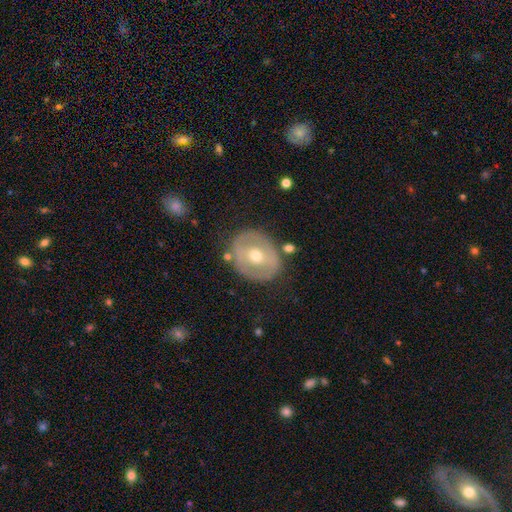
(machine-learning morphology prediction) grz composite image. It shows a featured or disk galaxy (59%) with no bar (47%), no spiral arms (73%) and a moderate central bulge (66%). Merging: none (79%).